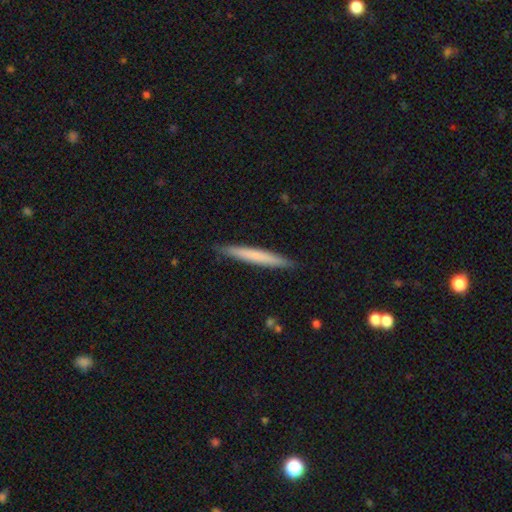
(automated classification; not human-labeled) This is likely a smooth galaxy (65%). How rounded: clearly cigar-shaped (96%). Merging: clearly none (90%).